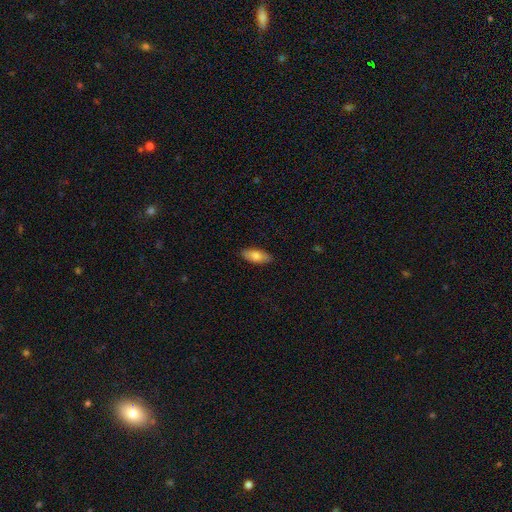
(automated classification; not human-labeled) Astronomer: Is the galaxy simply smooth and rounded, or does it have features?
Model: smooth — 79%.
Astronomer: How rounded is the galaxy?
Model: in between — 84%.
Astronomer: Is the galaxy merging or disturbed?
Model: none — 89%.